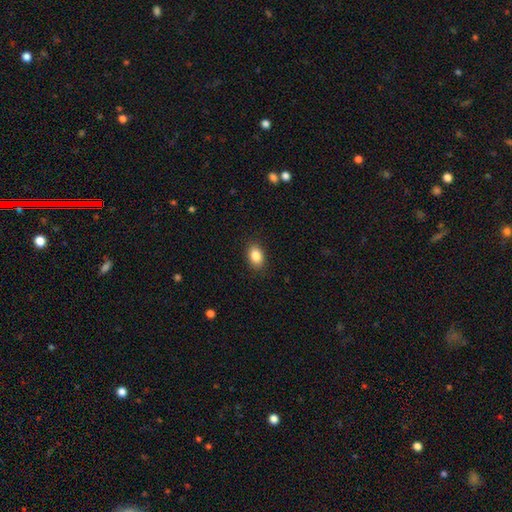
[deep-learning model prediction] Morphology: type=smooth (86%); roundness=in between (84%); merging=none (88%).